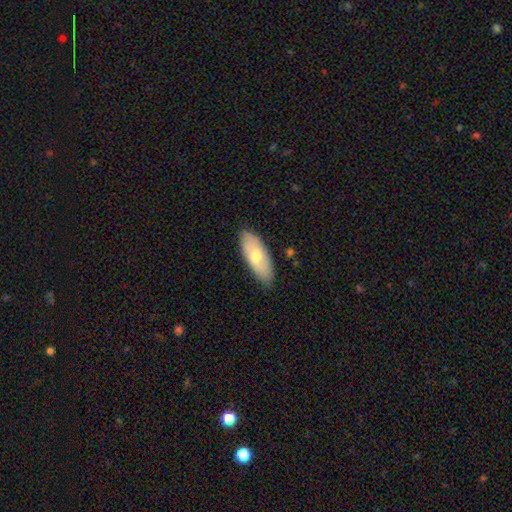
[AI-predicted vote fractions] Smooth or featured: smooth — 66% (featured or disk — 29%)
How rounded: in between — 82% (cigar-shaped — 16%)
Merging: none — 82% (minor disturbance — 14%)